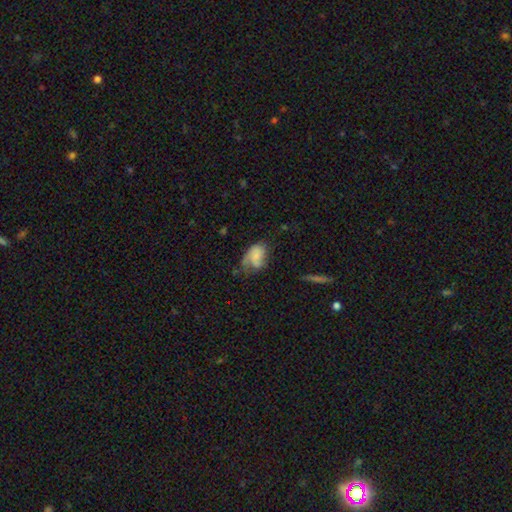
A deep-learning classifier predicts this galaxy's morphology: Smooth or featured? Predicted: smooth (p=0.48). Merging? Predicted: major disturbance (p=0.33).